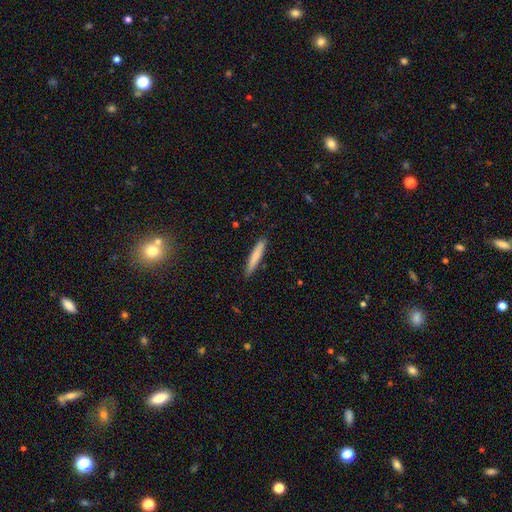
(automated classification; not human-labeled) A smooth galaxy with no disk features (77%) that is cigar-shaped (93%).

Vote fractions:
- Smooth or featured? smooth: 77% / featured or disk: 17% / star or artifact: 6%
- How rounded? cigar-shaped: 93% / in between: 6% / round: 1%
- Merging? none: 88% / minor disturbance: 9% / major disturbance: 2% / merger: 1%